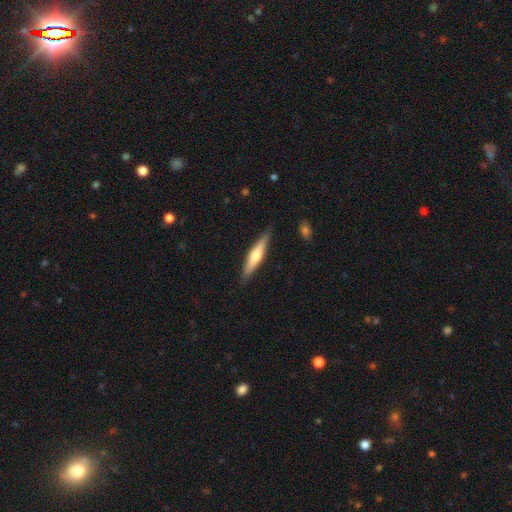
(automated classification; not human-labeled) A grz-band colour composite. It shows a smooth galaxy with no disk features (50%) that is cigar-shaped (86%). Merging: none (86%).